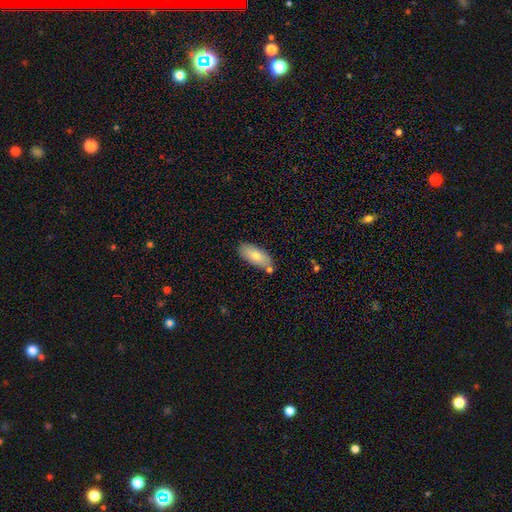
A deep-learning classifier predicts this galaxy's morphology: Overall: smooth (79%). How rounded: in between (86%). Merging: none (72%).